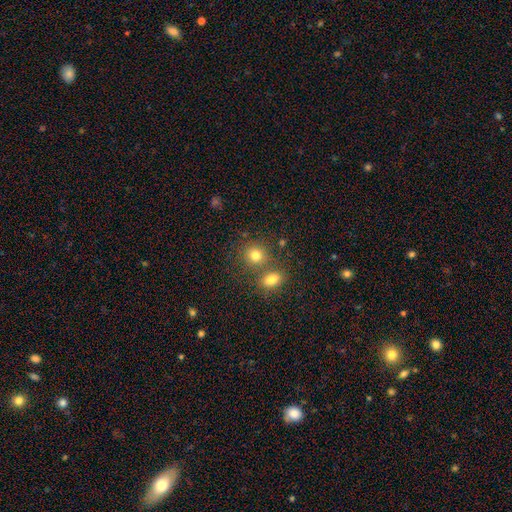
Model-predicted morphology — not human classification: smooth 79%, star or artifact 13%, featured or disk 8%. Down the decision tree: how rounded — round (78%); merging — none (61%).